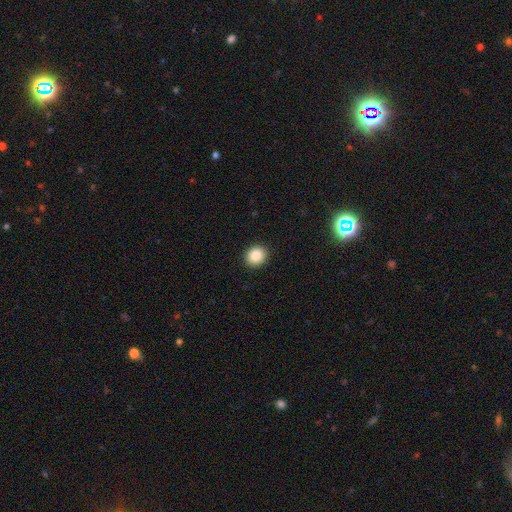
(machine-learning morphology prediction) Smooth or featured? smooth (86%)
How rounded? round (80%)
Merging? none (92%)